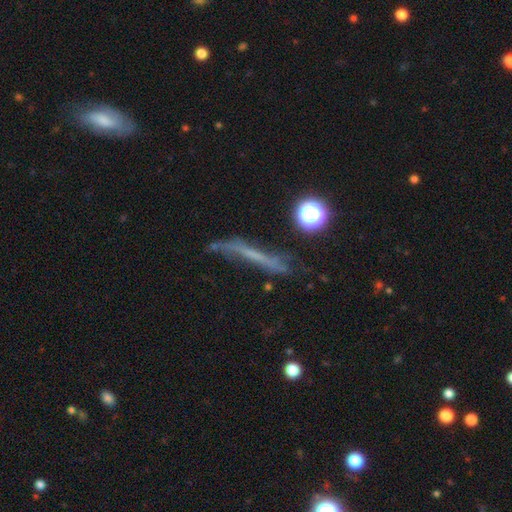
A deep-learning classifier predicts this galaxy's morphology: A featured or disk galaxy (48%).

Vote fractions:
- Smooth or featured? featured or disk: 48% / smooth: 35% / star or artifact: 18%
- Merging? none: 59% / minor disturbance: 23% / major disturbance: 13% / merger: 5%